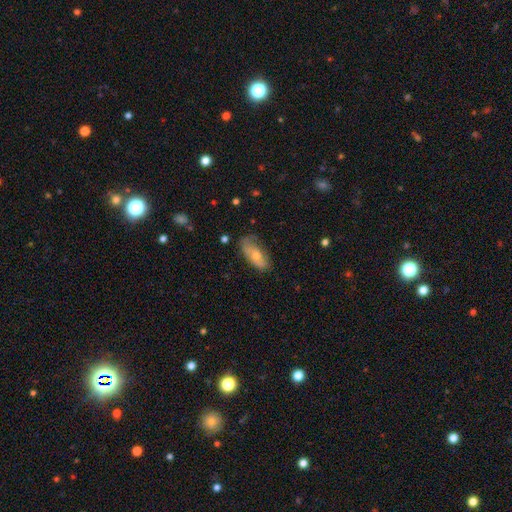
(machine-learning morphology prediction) A smooth galaxy with no disk features (53%) that is in between round and cigar-shaped (78%). Merging: none (62%).